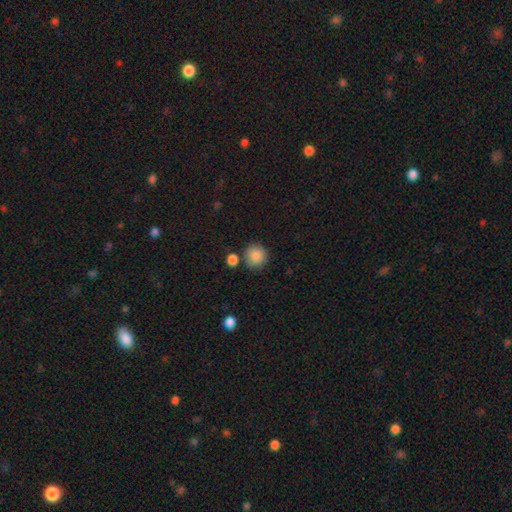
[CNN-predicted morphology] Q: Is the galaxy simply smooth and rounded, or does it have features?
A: smooth — 87%.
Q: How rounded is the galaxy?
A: round — 89%.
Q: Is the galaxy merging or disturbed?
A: none — 77%.